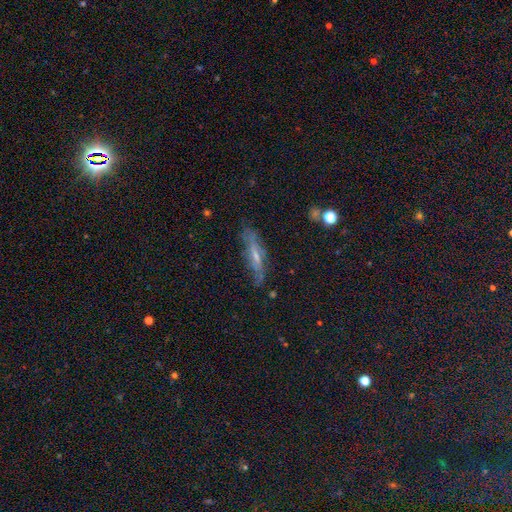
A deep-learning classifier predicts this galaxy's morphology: Q: Smooth or featured?
A: featured or disk (45%); runner-up: smooth (34%)
Q: Merging?
A: none (74%); runner-up: minor disturbance (18%)